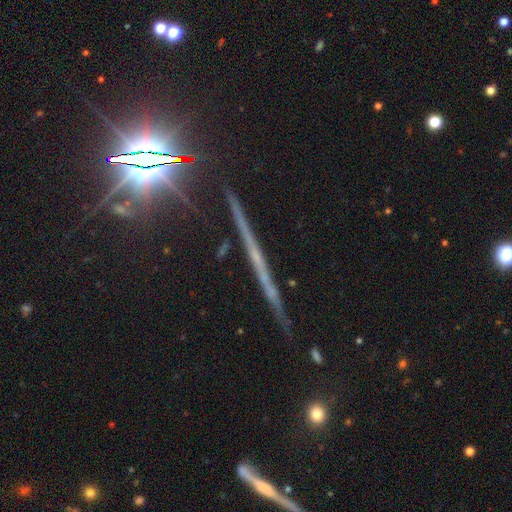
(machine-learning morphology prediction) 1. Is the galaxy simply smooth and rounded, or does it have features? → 55% featured or disk, 31% star or artifact, 14% smooth.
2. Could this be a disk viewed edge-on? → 96% yes, 4% no.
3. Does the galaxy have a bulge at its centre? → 78% none, 15% rounded, 7% boxy.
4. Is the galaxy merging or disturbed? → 87% none, 9% minor disturbance, 2% merger, 2% major disturbance.